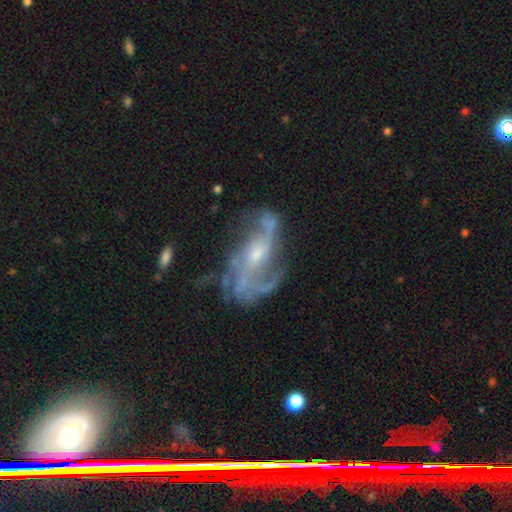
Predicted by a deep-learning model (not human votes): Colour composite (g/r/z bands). It shows a featured or disk galaxy (85%) with no bar (49%), 2 (53%) loose (48%) spiral arms (91%) and a small central bulge (60%). Merging: none (50%).